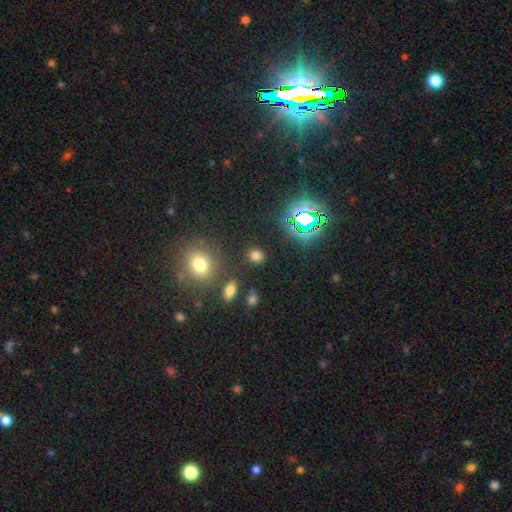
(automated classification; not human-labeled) Morphology: type=smooth (68%); roundness=round (60%); merging=none (85%).